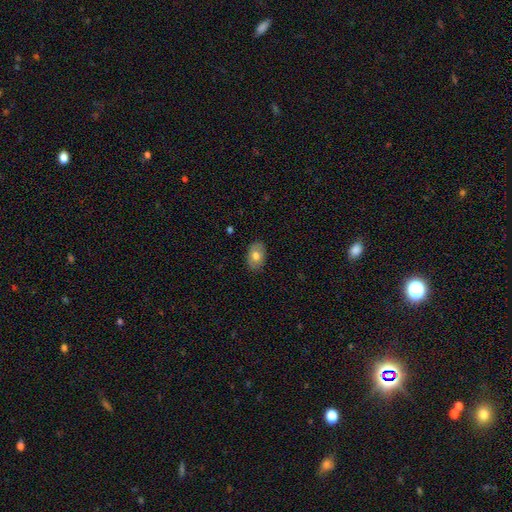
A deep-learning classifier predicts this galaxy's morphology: Smooth or featured? Predicted: smooth (p=0.74). How rounded? Predicted: in between (p=0.87). Merging? Predicted: none (p=0.86).